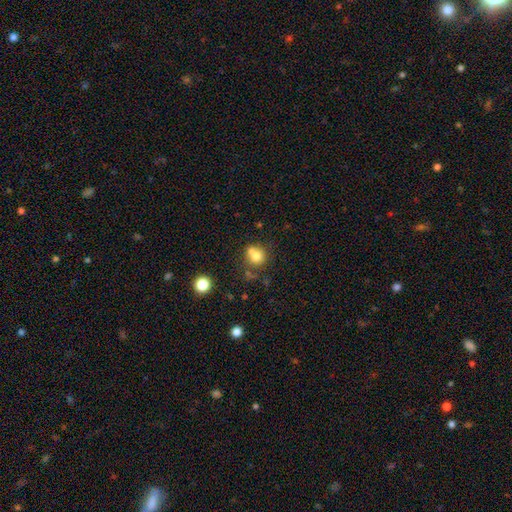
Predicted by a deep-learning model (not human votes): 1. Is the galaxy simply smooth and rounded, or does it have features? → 73% smooth, 14% featured or disk, 12% star or artifact.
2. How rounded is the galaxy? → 82% round, 17% in between, 1% cigar-shaped.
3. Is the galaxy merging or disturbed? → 44% none, 39% merger, 11% minor disturbance, 5% major disturbance.